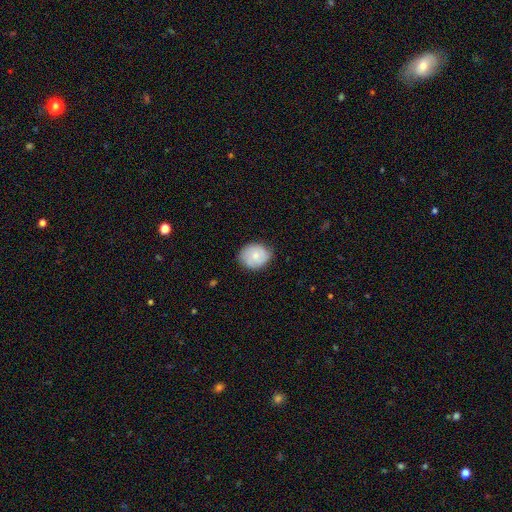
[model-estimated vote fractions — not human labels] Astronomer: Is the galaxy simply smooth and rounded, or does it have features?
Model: smooth — 61%.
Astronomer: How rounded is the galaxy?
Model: round — 63%.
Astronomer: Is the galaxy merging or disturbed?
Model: none — 75%.